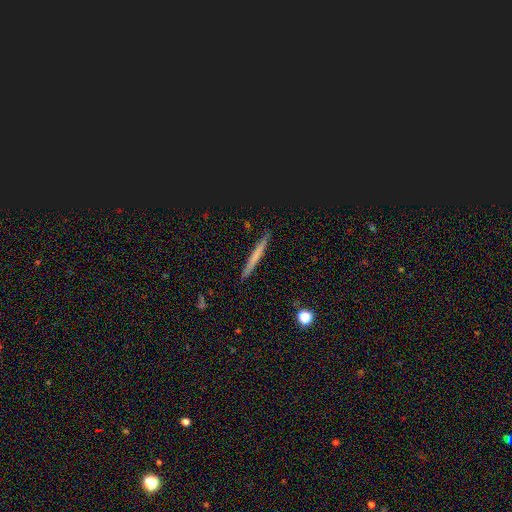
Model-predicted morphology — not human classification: Overall: smooth (61%; featured or disk 31%). How rounded: cigar-shaped (96%). Merging: none (91%).